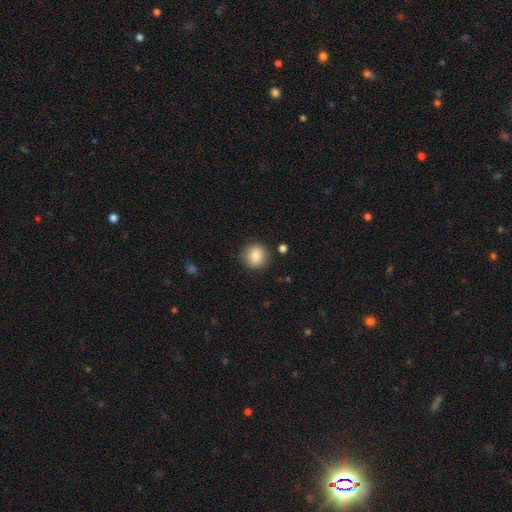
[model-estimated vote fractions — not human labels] A smooth galaxy with no disk features (85%) that is round (91%).

Vote fractions:
- Smooth or featured? smooth: 85% / star or artifact: 9% / featured or disk: 6%
- How rounded? round: 91% / in between: 8% / cigar-shaped: 1%
- Merging? none: 89% / minor disturbance: 7% / major disturbance: 2% / merger: 2%